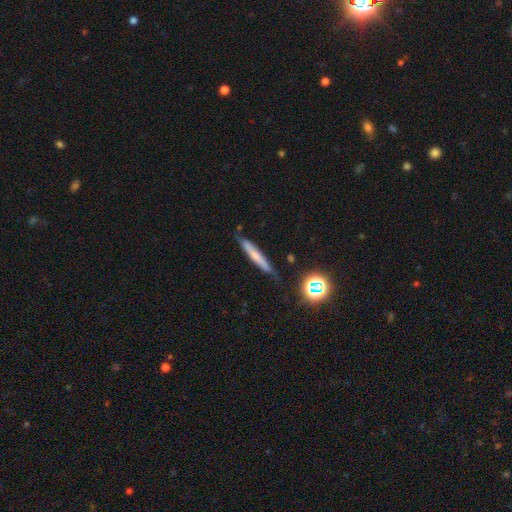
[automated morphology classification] Smooth or featured?
  - smooth: 57% *
  - featured or disk: 32%
  - star or artifact: 10%
How rounded?
  - cigar-shaped: 93% *
  - in between: 5%
  - round: 2%
Merging?
  - none: 77% *
  - minor disturbance: 17%
  - major disturbance: 3%
  - merger: 3%